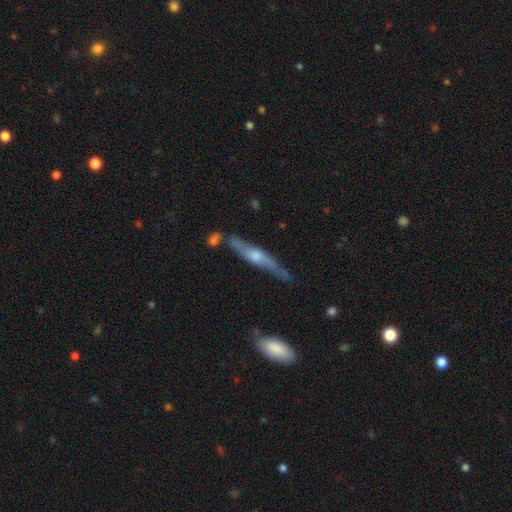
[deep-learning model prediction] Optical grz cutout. It shows a featured or disk galaxy (71%) viewed edge-on (88%) with a rounded central bulge (83%). Merging: none (70%).